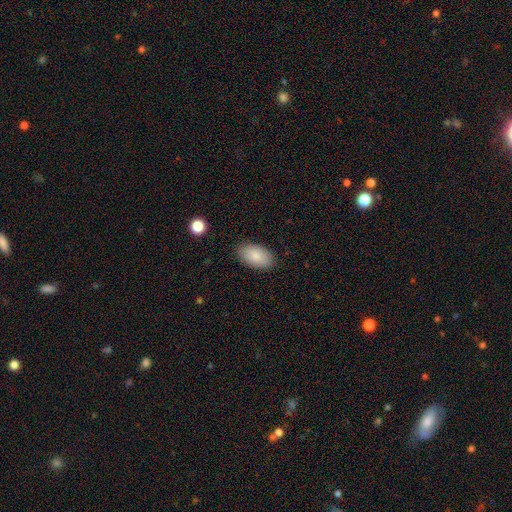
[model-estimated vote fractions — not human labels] smooth_or_featured: smooth (p=0.84) [alt: featured or disk p=0.09]
how_rounded: in between (p=0.94) [alt: round p=0.04]
merging: none (p=0.86) [alt: minor disturbance p=0.11]